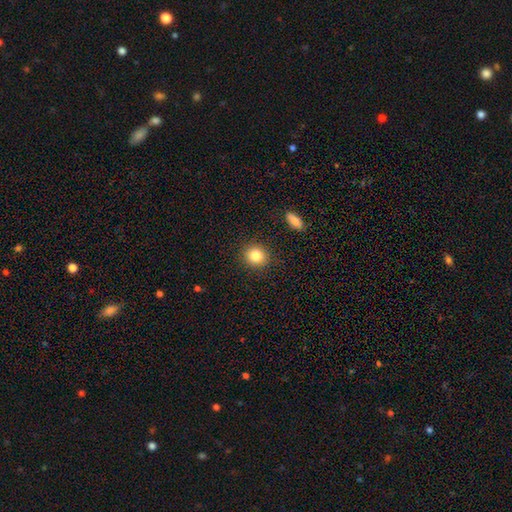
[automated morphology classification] type=smooth (83%); roundness=round (83%); merging=none (90%).